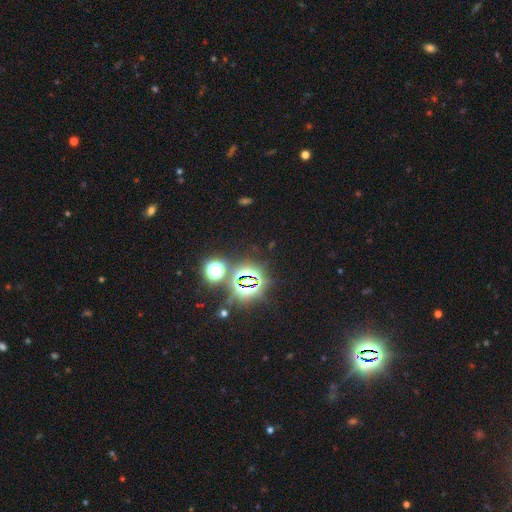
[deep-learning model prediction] Smooth or featured?
  - star or artifact: 82% *
  - smooth: 11%
  - featured or disk: 7%